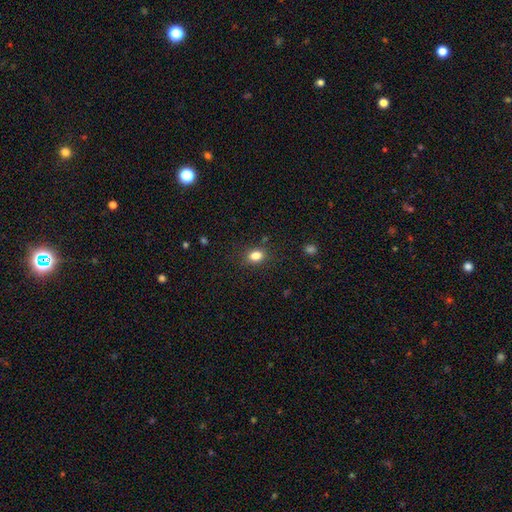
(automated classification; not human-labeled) This is clearly a smooth galaxy (83%). How rounded: likely in between (66%). Merging: clearly none (84%).